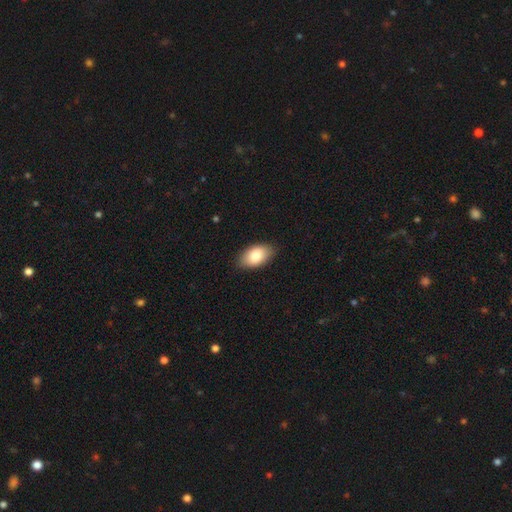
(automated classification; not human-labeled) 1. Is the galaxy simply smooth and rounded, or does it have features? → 83% smooth, 10% featured or disk, 6% star or artifact.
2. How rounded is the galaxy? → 93% in between, 5% round, 2% cigar-shaped.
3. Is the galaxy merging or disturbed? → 86% none, 10% minor disturbance, 2% major disturbance, 1% merger.